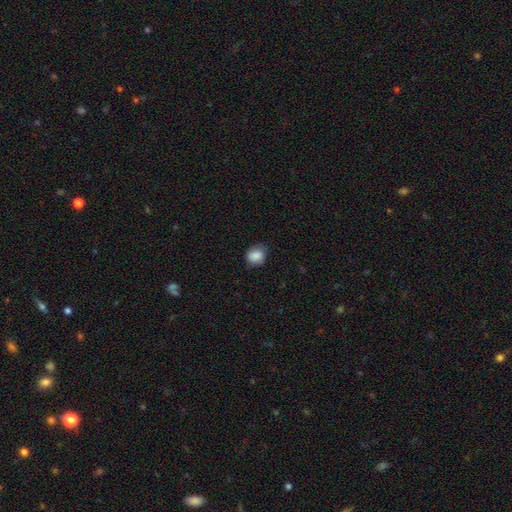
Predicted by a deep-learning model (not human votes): smooth-or-featured: smooth: 88% | star or artifact: 8% | featured or disk: 4%
  how-rounded: round: 66% | in between: 33% | cigar-shaped: 1%
  merging: none: 72% | minor disturbance: 23% | major disturbance: 4% | merger: 1%